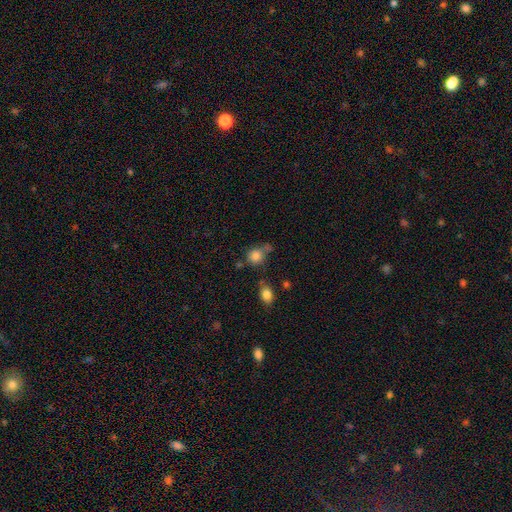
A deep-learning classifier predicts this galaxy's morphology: smooth_or_featured: smooth (p=0.82) [alt: star or artifact p=0.11]
how_rounded: round (p=0.80) [alt: in between p=0.19]
merging: none (p=0.55) [alt: merger p=0.20]